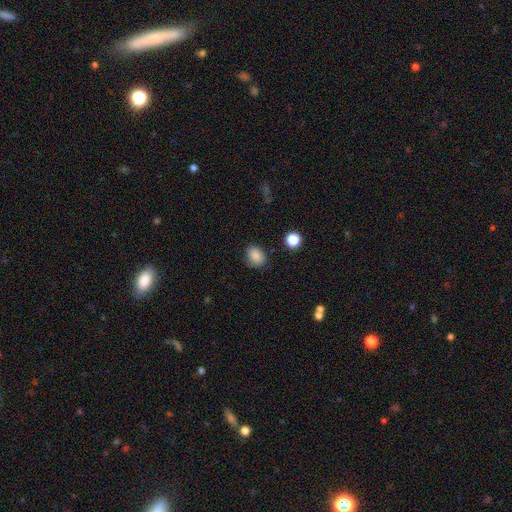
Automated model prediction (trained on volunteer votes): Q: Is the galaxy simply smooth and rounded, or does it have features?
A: smooth — 86%.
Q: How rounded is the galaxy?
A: in between — 58%.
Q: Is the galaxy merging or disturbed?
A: none — 83%.